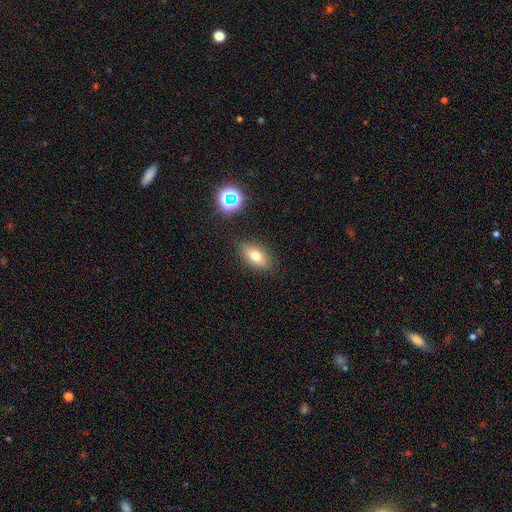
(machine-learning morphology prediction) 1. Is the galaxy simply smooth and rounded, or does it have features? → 69% smooth, 19% featured or disk, 13% star or artifact.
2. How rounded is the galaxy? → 82% in between, 10% round, 8% cigar-shaped.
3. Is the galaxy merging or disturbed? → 83% none, 12% minor disturbance, 3% major disturbance, 2% merger.